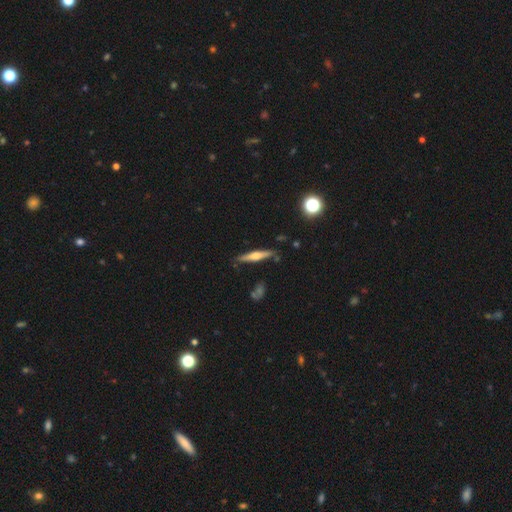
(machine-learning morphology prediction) featured or disk 58%, smooth 35%, star or artifact 7%. Down the decision tree: edge-on disk — yes (96%); edge-on bulge — rounded (84%); merging — none (84%).